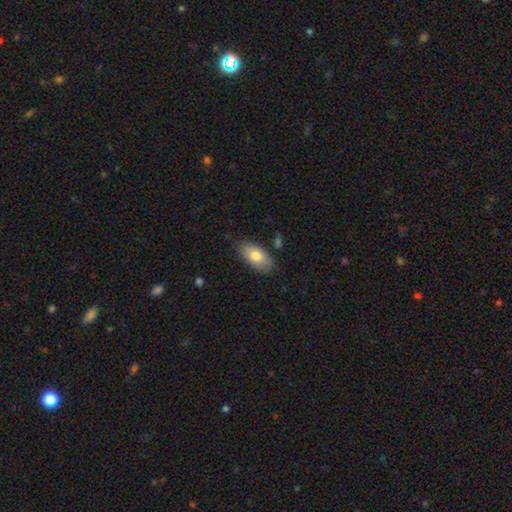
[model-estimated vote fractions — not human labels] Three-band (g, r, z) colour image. It shows a smooth galaxy with no disk features (78%) that is in between round and cigar-shaped (92%). Merging: none (81%).